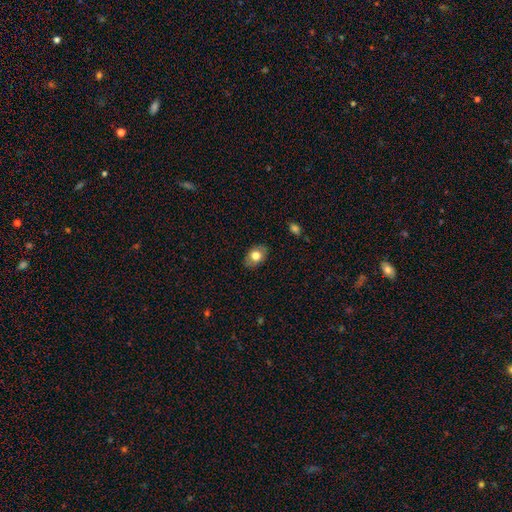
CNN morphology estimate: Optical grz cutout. It shows a smooth galaxy with no disk features (75%) that is in between round and cigar-shaped (77%). Merging: none (85%).